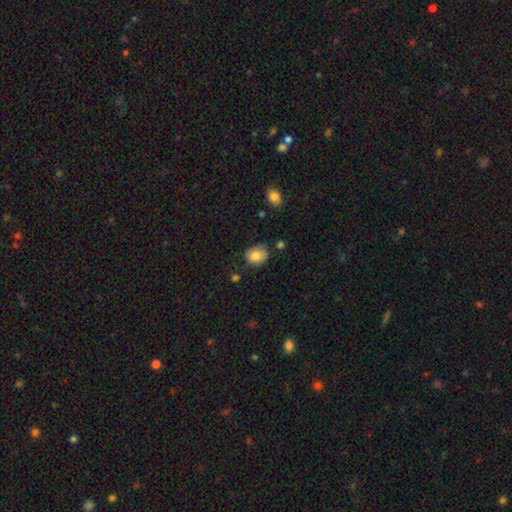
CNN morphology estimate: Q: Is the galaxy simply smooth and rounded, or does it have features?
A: smooth — 81%.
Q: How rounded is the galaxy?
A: in between — 50%.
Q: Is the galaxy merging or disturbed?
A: none — 65%.